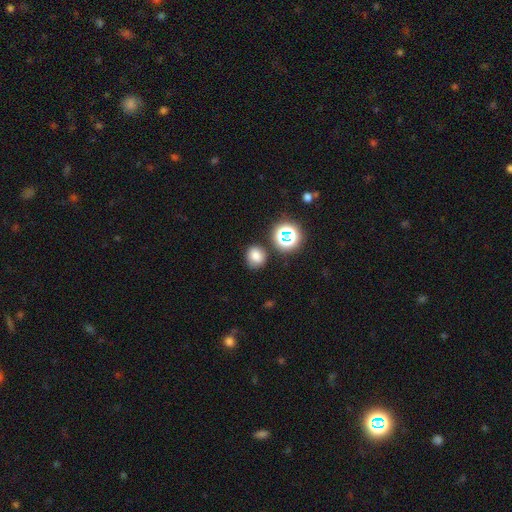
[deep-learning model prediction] Smooth or featured?
  - smooth: 74% *
  - star or artifact: 18%
  - featured or disk: 8%
How rounded?
  - round: 70% *
  - in between: 29%
  - cigar-shaped: 1%
Merging?
  - none: 78% *
  - minor disturbance: 13%
  - merger: 5%
  - major disturbance: 4%